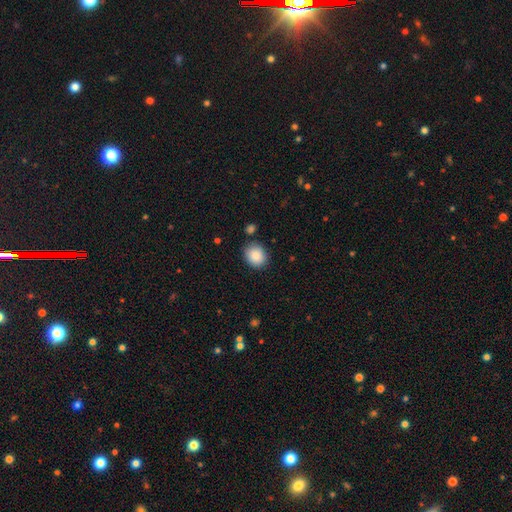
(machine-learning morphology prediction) This is clearly a smooth galaxy (88%). How rounded: likely round (72%). Merging: clearly none (83%).